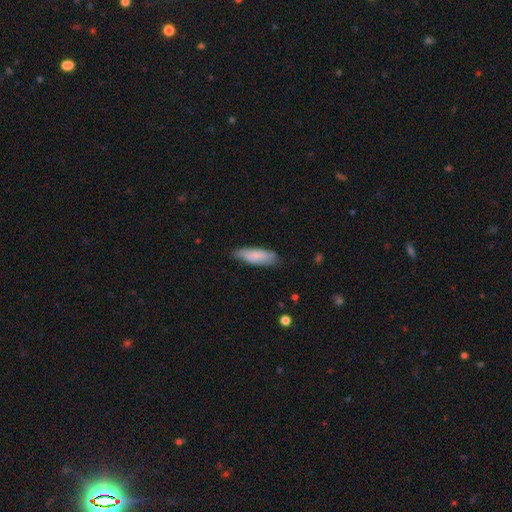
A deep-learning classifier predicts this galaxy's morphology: Smooth or featured? Predicted: smooth (p=0.75). How rounded? Predicted: in between (p=0.60). Merging? Predicted: none (p=0.72).